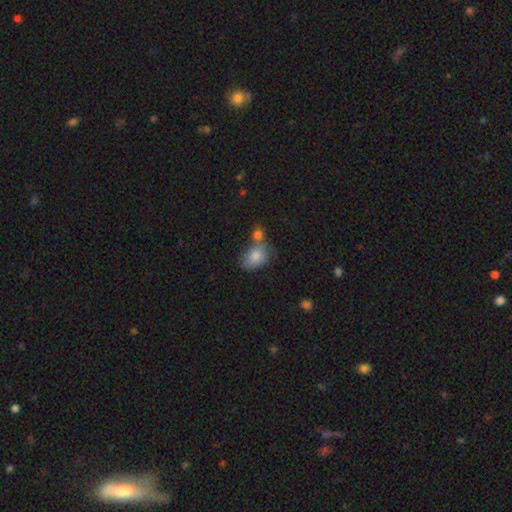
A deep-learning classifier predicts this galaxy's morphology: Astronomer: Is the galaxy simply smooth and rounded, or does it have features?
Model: smooth — 79%.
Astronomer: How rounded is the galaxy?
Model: in between — 78%.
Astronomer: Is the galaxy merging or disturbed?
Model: none — 48% (runner-up: merger, 31%).